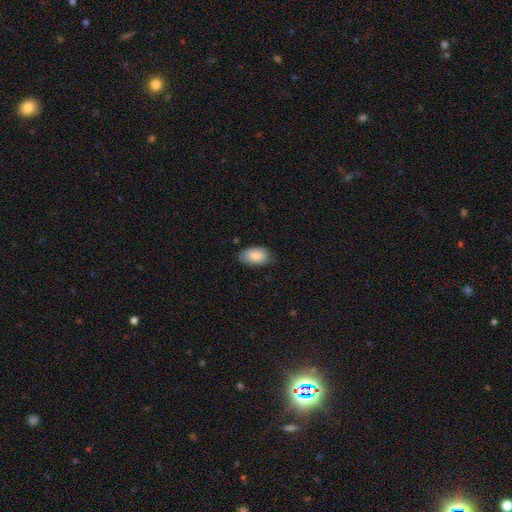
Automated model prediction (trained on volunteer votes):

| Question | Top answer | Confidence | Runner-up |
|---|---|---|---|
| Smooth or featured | smooth | 86% | featured or disk (8%) |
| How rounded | in between | 93% | round (6%) |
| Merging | none | 71% | minor disturbance (24%) |